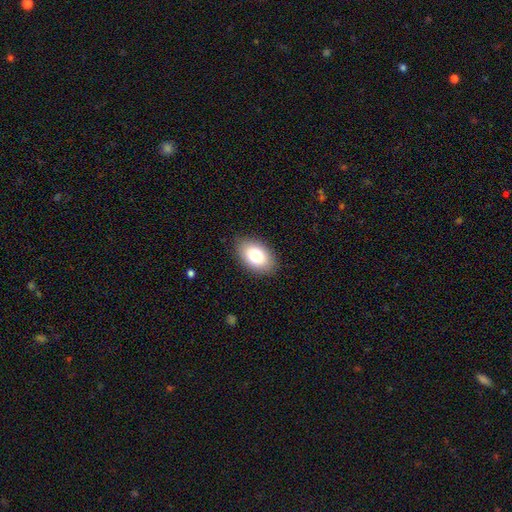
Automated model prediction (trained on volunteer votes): Smooth or featured: smooth — 80% (featured or disk — 12%)
How rounded: in between — 90% (round — 9%)
Merging: none — 86% (minor disturbance — 10%)